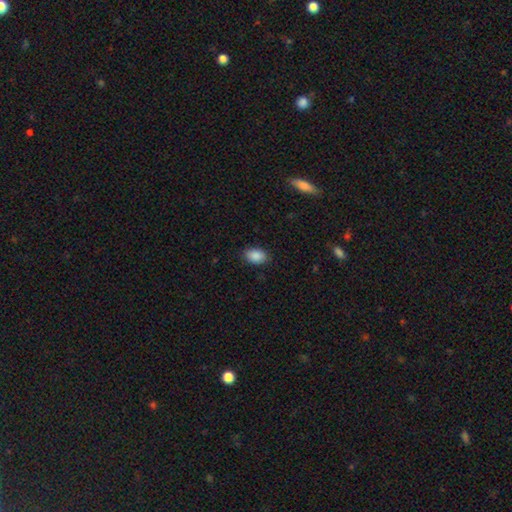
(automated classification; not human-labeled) A smooth galaxy with no disk features (89%) that is in between round and cigar-shaped (86%). Merging: none (87%).